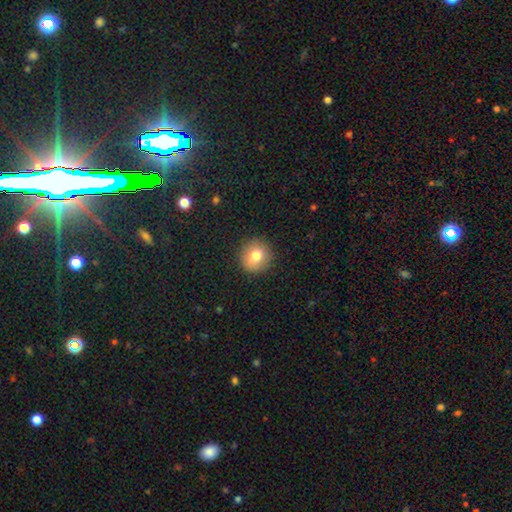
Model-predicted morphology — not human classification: Overall: smooth (77%). How rounded: round (91%). Merging: none (90%).